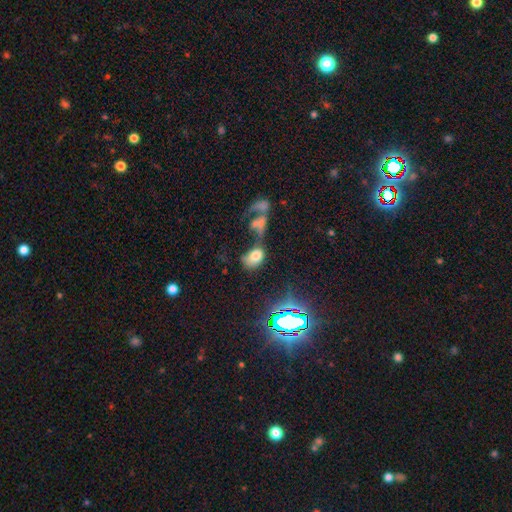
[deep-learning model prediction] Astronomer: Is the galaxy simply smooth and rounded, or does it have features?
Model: smooth — 66%.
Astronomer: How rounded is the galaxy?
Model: in between — 82%.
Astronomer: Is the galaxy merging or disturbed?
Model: merger — 39% (runner-up: major disturbance, 24%).